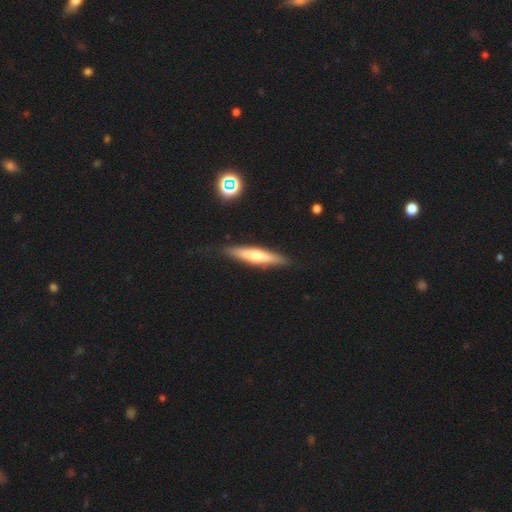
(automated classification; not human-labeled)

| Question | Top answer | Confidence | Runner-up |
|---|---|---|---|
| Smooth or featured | smooth | 48% | featured or disk (46%) |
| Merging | none | 87% | minor disturbance (9%) |